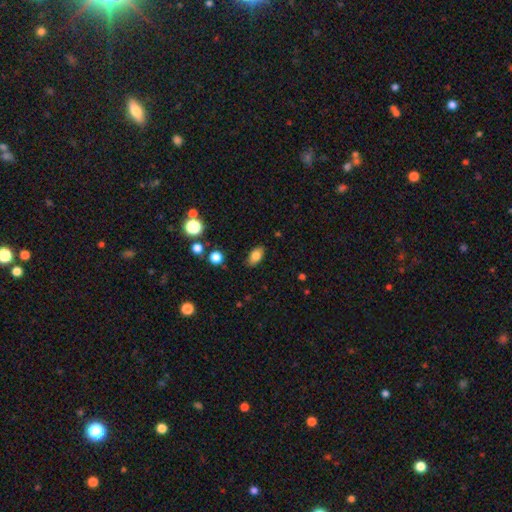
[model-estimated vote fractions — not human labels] Smooth or featured? smooth (80%)
How rounded? in between (88%)
Merging? none (85%)